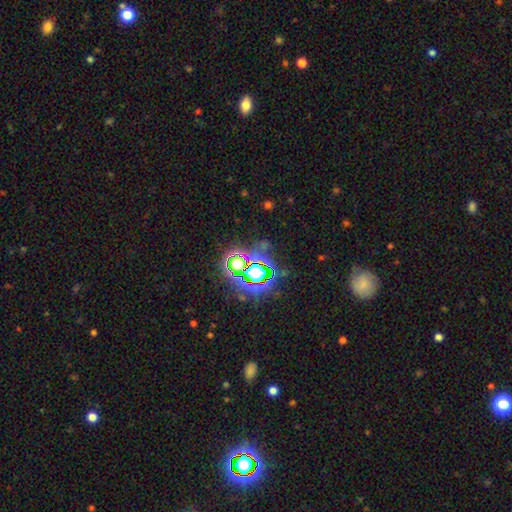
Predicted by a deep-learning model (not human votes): Overall: star or artifact (80%).